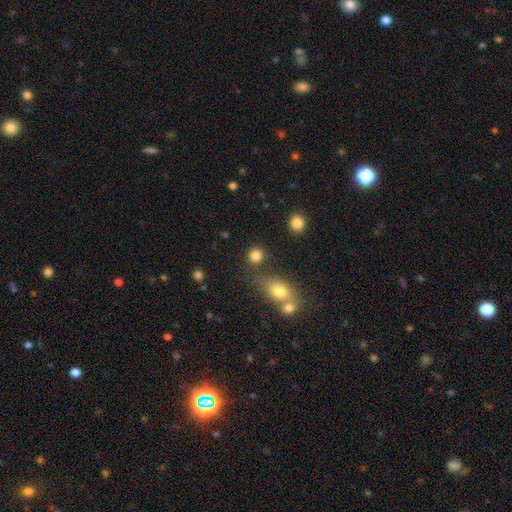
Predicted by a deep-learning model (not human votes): This is clearly a smooth galaxy (83%). How rounded: clearly round (87%). Merging: likely none (72%).